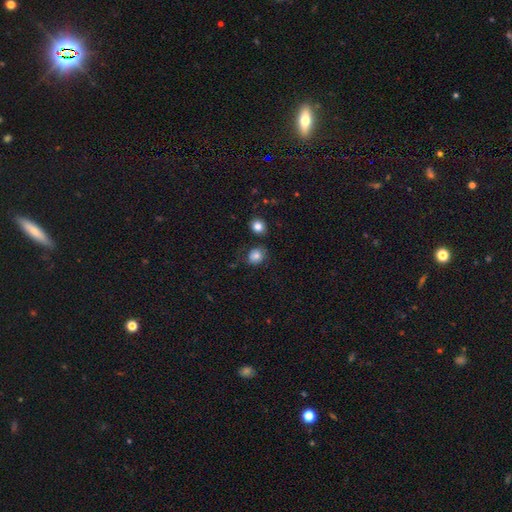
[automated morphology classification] Smooth or featured: smooth — 81% (star or artifact — 10%)
How rounded: round — 68% (in between — 31%)
Merging: none — 71% (minor disturbance — 18%)